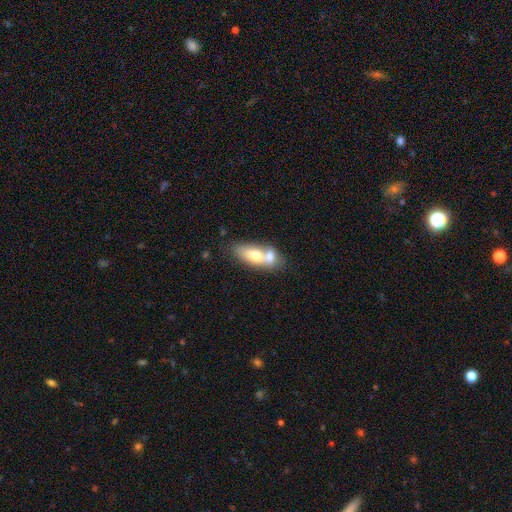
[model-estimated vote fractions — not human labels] Overall: smooth (65%; featured or disk 29%). How rounded: in between (78%). Merging: merger (67%).